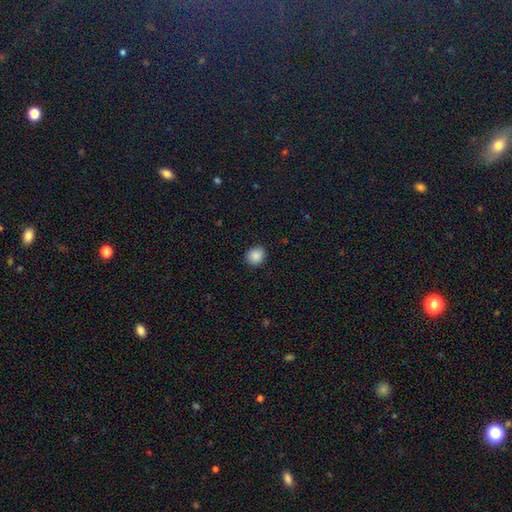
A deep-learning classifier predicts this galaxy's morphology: smooth_or_featured: smooth (p=0.87) [alt: star or artifact p=0.09]
how_rounded: round (p=0.84) [alt: in between p=0.15]
merging: none (p=0.90) [alt: minor disturbance p=0.07]